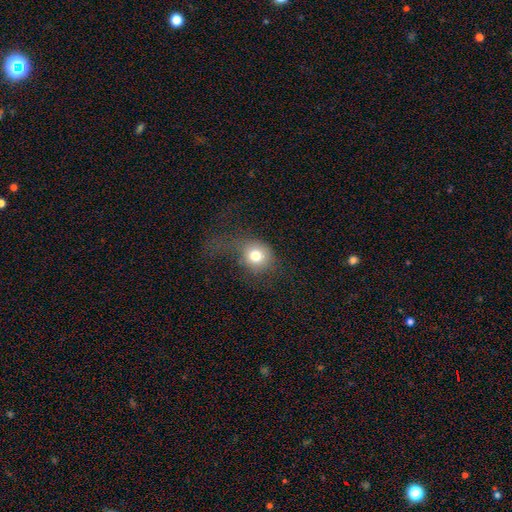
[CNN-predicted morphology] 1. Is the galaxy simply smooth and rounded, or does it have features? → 75% smooth, 13% star or artifact, 12% featured or disk.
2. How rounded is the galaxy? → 79% round, 20% in between, 1% cigar-shaped.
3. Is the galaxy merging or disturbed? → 43% none, 32% major disturbance, 22% minor disturbance, 2% merger.